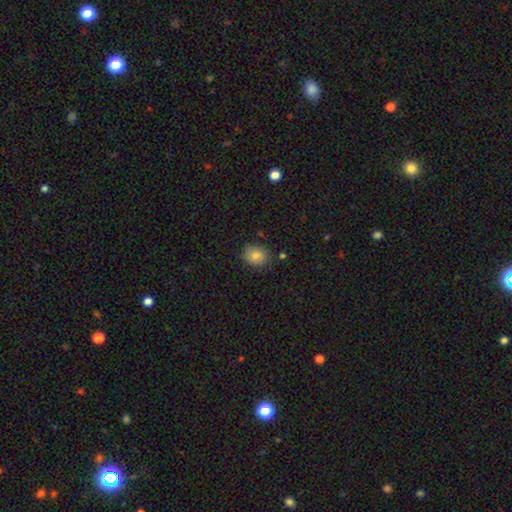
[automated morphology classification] Overall: smooth (84%). How rounded: round (57%; in between 42%). Merging: none (84%).